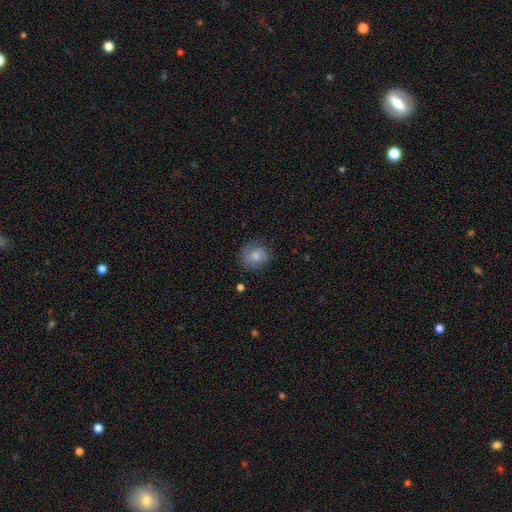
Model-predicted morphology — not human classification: Smooth or featured: smooth — 71% (featured or disk — 20%)
How rounded: round — 72% (in between — 27%)
Merging: none — 69% (minor disturbance — 22%)